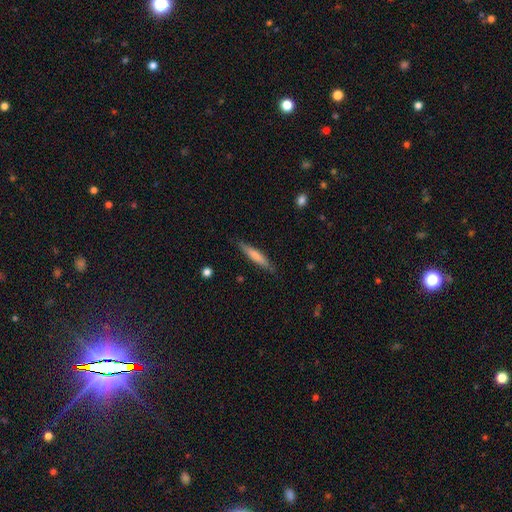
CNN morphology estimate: smooth_or_featured: smooth (p=0.67) [alt: featured or disk p=0.27]
how_rounded: cigar-shaped (p=0.92) [alt: in between p=0.07]
merging: none (p=0.86) [alt: minor disturbance p=0.11]